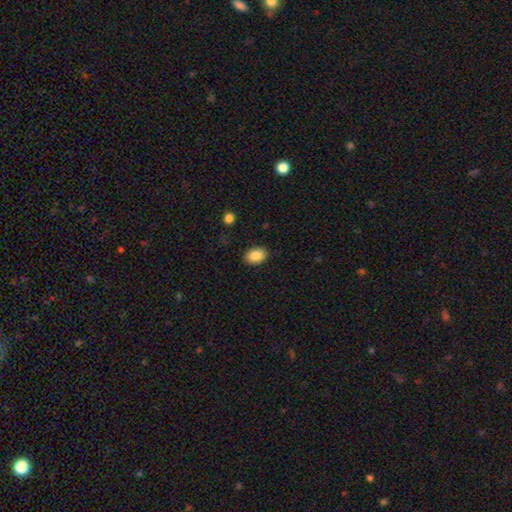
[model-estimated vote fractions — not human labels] Q: Smooth or featured?
A: smooth (86%); runner-up: star or artifact (8%)
Q: How rounded?
A: in between (79%); runner-up: round (20%)
Q: Merging?
A: none (88%); runner-up: minor disturbance (8%)